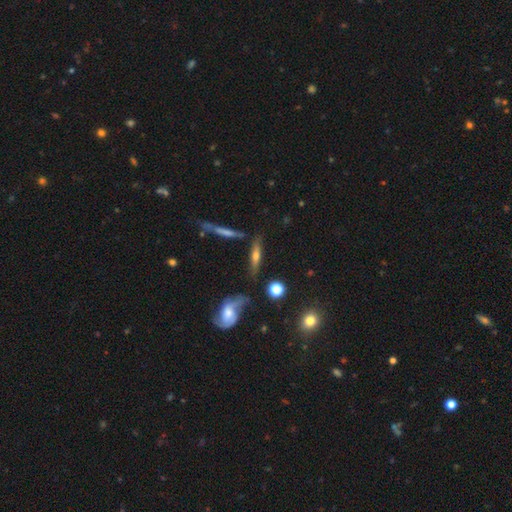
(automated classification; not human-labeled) Q: Smooth or featured?
A: featured or disk (49%); runner-up: smooth (41%)
Q: Merging?
A: none (72%); runner-up: minor disturbance (16%)